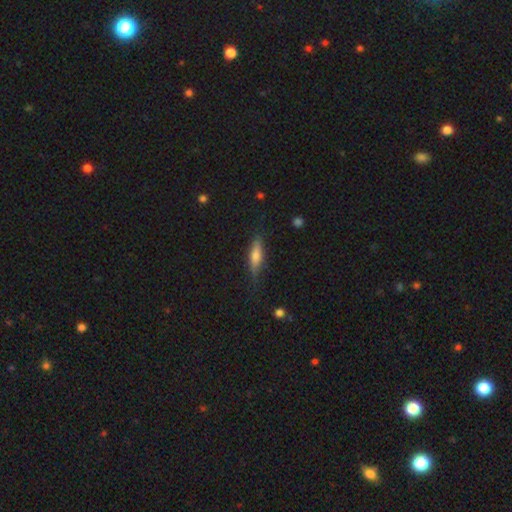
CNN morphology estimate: This appears to be a smooth galaxy with no disk features (61%) that is cigar-shaped (64%). Merging: none (76%).